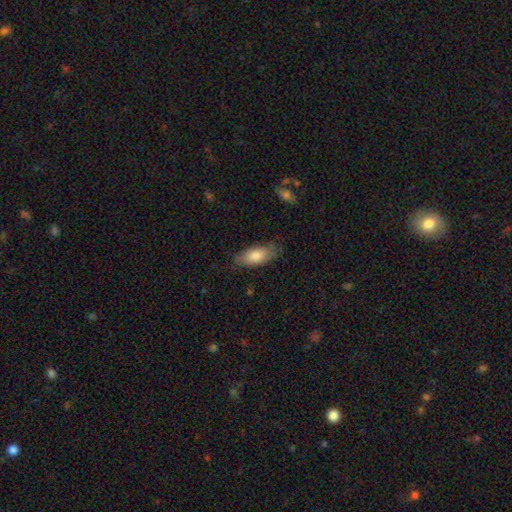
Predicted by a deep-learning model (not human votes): A smooth galaxy with no disk features (79%) that is in between round and cigar-shaped (80%). Merging: none (72%).